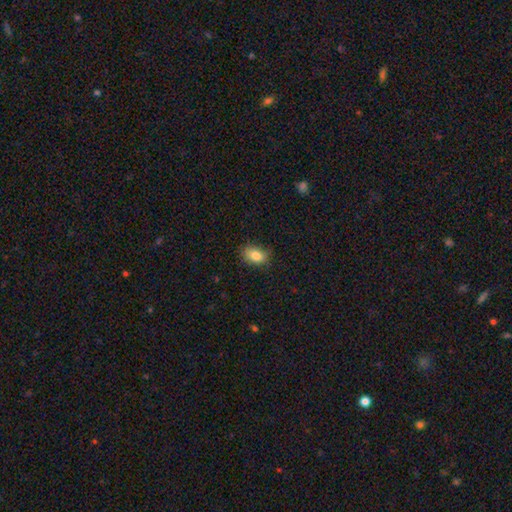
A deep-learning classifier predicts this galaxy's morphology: Smooth or featured: smooth — 84% (star or artifact — 9%)
How rounded: in between — 83% (round — 15%)
Merging: none — 76% (minor disturbance — 20%)